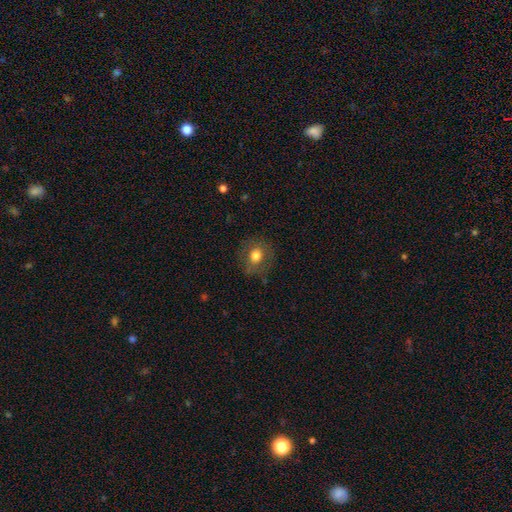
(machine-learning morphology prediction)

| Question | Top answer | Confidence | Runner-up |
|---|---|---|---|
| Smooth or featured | smooth | 72% | featured or disk (18%) |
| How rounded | round | 72% | in between (27%) |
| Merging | none | 78% | minor disturbance (14%) |